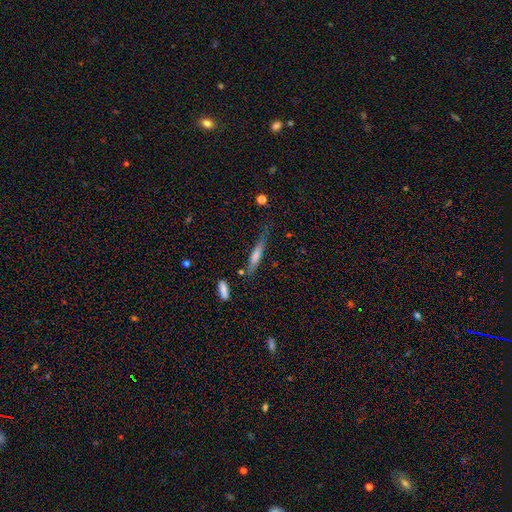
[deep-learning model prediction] Morphology: type=smooth (54%); roundness=cigar-shaped (89%); merging=none (64%).